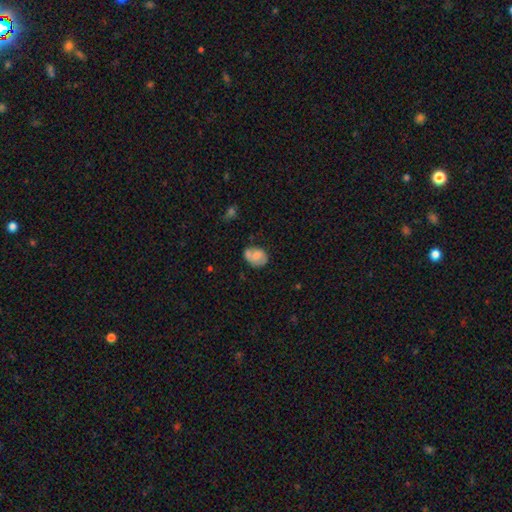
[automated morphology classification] The model was most divided on "merging": none: 47%, minor disturbance: 27%, merger: 17%, major disturbance: 9%. More confident: how rounded — in between (62%); smooth or featured — smooth (59%).